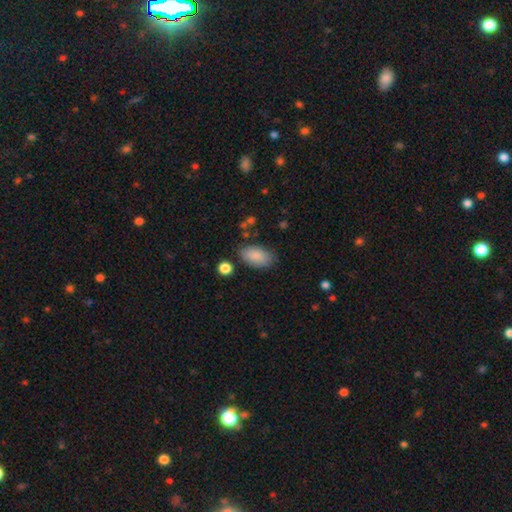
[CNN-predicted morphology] type=smooth (87%); roundness=in between (93%); merging=none (77%).